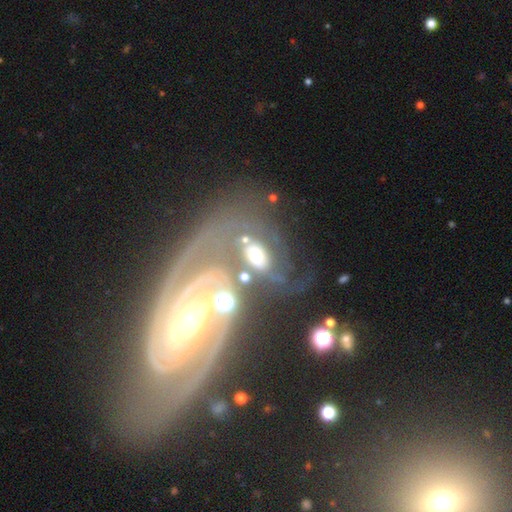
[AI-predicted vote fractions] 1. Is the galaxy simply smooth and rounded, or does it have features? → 60% featured or disk, 27% smooth, 13% star or artifact.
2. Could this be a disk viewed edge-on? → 94% no, 6% yes.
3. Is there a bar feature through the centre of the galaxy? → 60% no, 25% weak, 15% strong.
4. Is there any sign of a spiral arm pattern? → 75% yes, 25% no.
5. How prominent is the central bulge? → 46% moderate, 25% large, 18% small, 6% dominant, 5% none.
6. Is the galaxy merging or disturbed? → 32% none, 31% merger, 22% major disturbance, 15% minor disturbance.